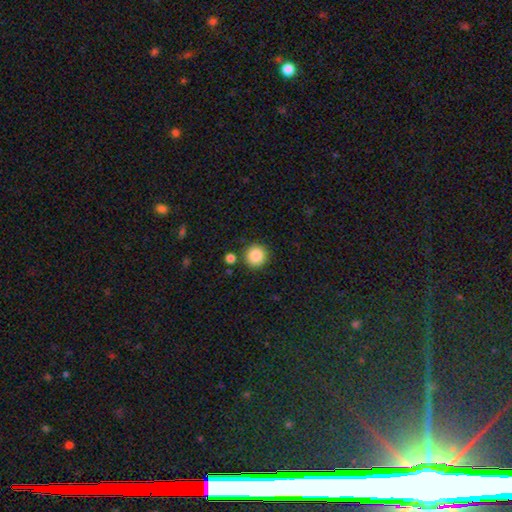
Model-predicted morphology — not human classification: Smooth or featured? smooth (87%)
How rounded? round (93%)
Merging? none (86%)